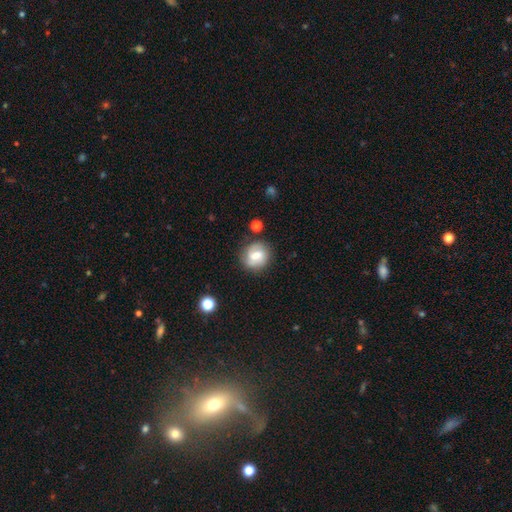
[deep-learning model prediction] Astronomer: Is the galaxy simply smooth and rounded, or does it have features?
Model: smooth — 54% (runner-up: featured or disk, 37%).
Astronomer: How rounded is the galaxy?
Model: round — 80%.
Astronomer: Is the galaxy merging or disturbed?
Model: none — 76%.